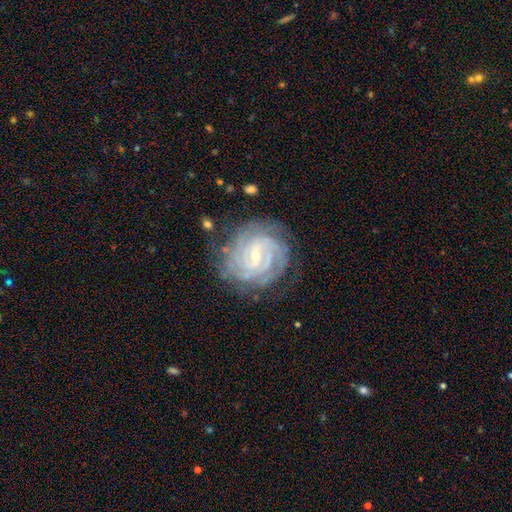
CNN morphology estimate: Smooth or featured?
  - featured or disk: 91% *
  - star or artifact: 5%
  - smooth: 4%
Edge-on disk?
  - no: 98% *
  - yes: 2%
Bar?
  - weak: 52% *
  - strong: 25%
  - no: 23%
Spiral arms?
  - yes: 98% *
  - no: 2%
Spiral winding?
  - tight: 81% *
  - medium: 17%
  - loose: 2%
Spiral arm count?
  - 4: 30% *
  - can't tell: 20%
  - 3: 19%
  - 2: 15%
  - more than 4: 10%
  - 1: 6%
Bulge size?
  - small: 72% *
  - moderate: 24%
  - none: 1%
  - large: 1%
  - dominant: 1%
Merging?
  - none: 81% *
  - minor disturbance: 14%
  - major disturbance: 4%
  - merger: 1%